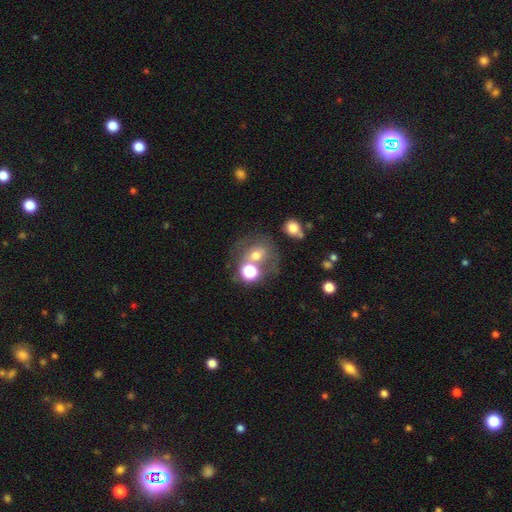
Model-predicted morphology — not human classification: The model was most divided on "merging": none: 43%, merger: 32%, minor disturbance: 14%, major disturbance: 11%. More confident: how rounded — round (70%); smooth or featured — smooth (57%).